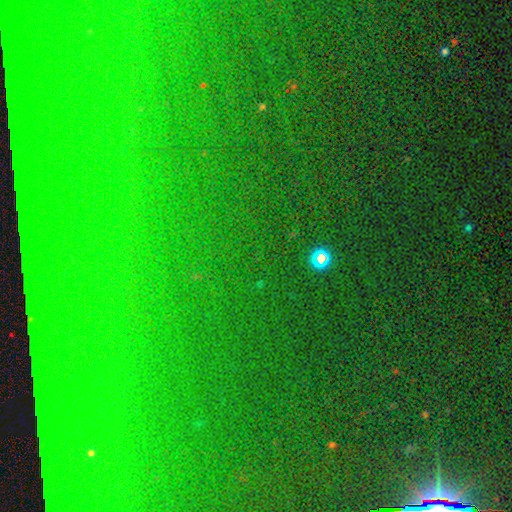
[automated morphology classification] Smooth or featured?
  - star or artifact: 80% *
  - smooth: 11%
  - featured or disk: 9%